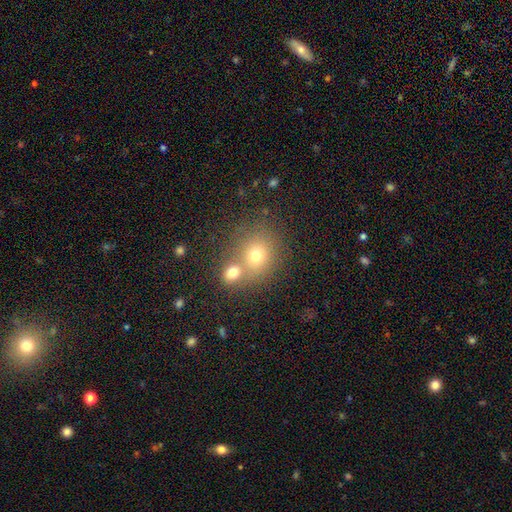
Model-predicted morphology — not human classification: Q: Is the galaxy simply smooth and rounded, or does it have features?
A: smooth — 72%.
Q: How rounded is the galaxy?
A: round — 72%.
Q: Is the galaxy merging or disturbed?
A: none — 45%.